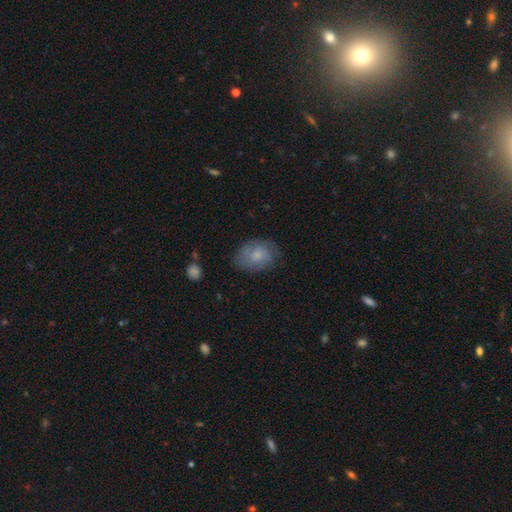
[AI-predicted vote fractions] Smooth or featured?
  - smooth: 57% *
  - featured or disk: 36%
  - star or artifact: 8%
How rounded?
  - in between: 70% *
  - round: 29%
  - cigar-shaped: 1%
Merging?
  - none: 68% *
  - minor disturbance: 22%
  - major disturbance: 8%
  - merger: 2%